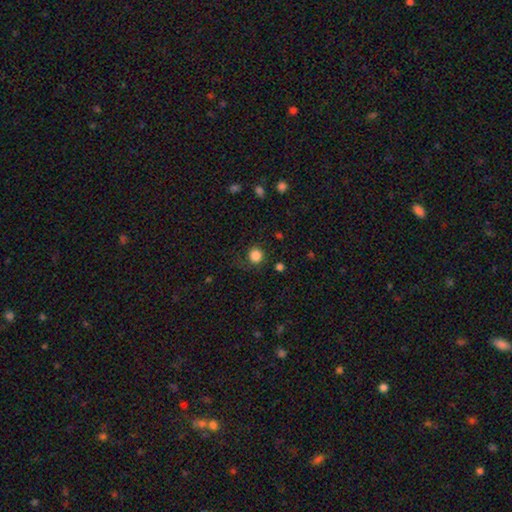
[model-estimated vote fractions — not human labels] Morphology: type=smooth (85%); roundness=round (92%); merging=none (82%).